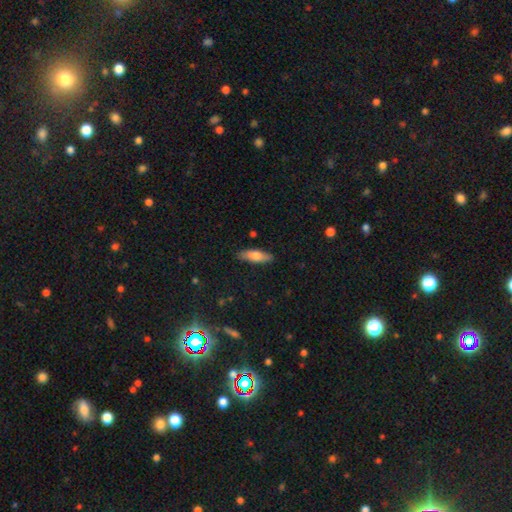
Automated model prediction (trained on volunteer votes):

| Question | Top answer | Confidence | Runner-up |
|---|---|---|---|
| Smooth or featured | smooth | 72% | featured or disk (21%) |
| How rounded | in between | 52% | cigar-shaped (46%) |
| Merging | none | 85% | minor disturbance (11%) |